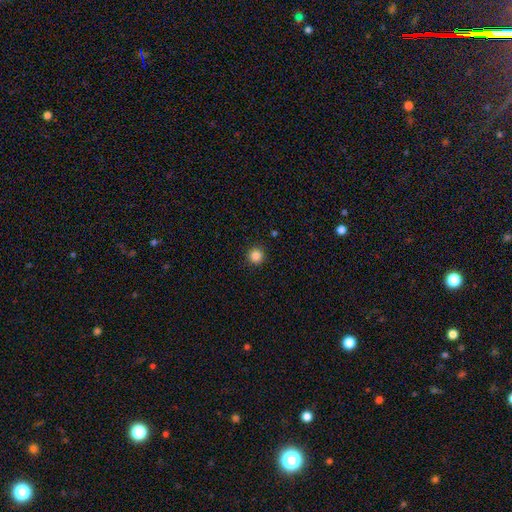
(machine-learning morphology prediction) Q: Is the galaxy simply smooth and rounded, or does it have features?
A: smooth — 86%.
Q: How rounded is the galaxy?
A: round — 96%.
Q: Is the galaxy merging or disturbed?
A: none — 92%.